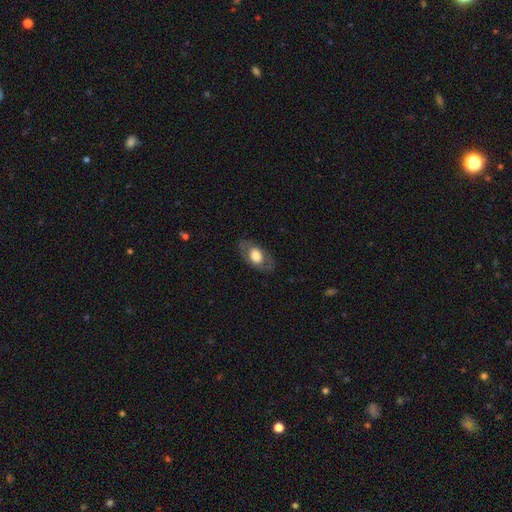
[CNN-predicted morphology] This is possibly a smooth galaxy (56%). How rounded: clearly in between (86%). Merging: likely none (80%).